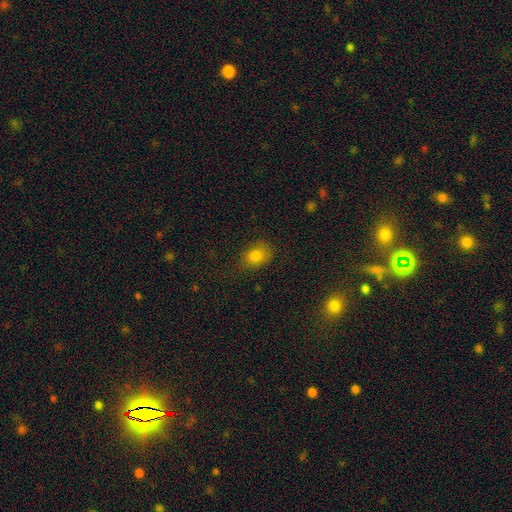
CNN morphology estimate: A smooth galaxy with no disk features (80%) that is in between round and cigar-shaped (62%).

Vote fractions:
- Smooth or featured? smooth: 80% / star or artifact: 12% / featured or disk: 8%
- How rounded? in between: 62% / round: 37% / cigar-shaped: 1%
- Merging? none: 67% / minor disturbance: 24% / major disturbance: 7% / merger: 2%